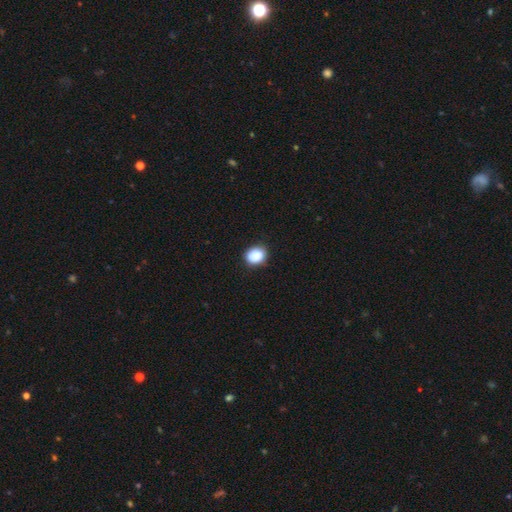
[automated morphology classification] This is clearly a smooth galaxy (89%). How rounded: likely round (66%). Merging: clearly none (85%).